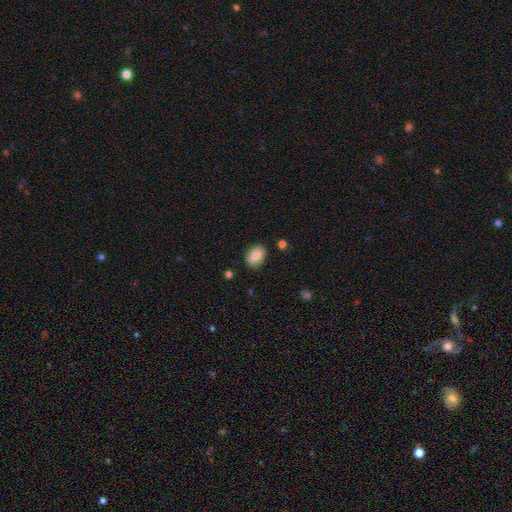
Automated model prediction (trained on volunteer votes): Q: Smooth or featured?
A: smooth (86%); runner-up: star or artifact (7%)
Q: How rounded?
A: in between (85%); runner-up: round (14%)
Q: Merging?
A: none (84%); runner-up: minor disturbance (12%)